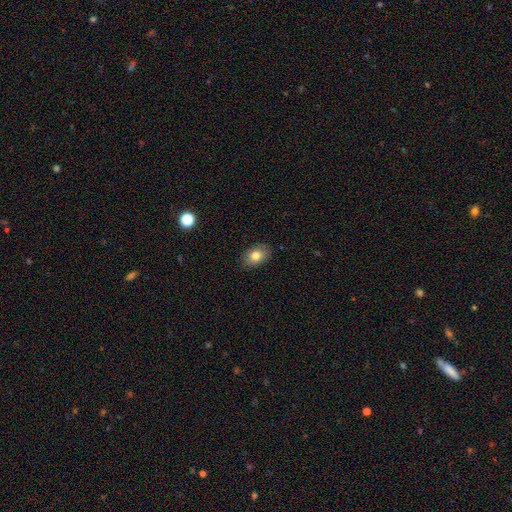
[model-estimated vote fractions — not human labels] Smooth or featured? smooth (79%)
How rounded? in between (84%)
Merging? none (86%)